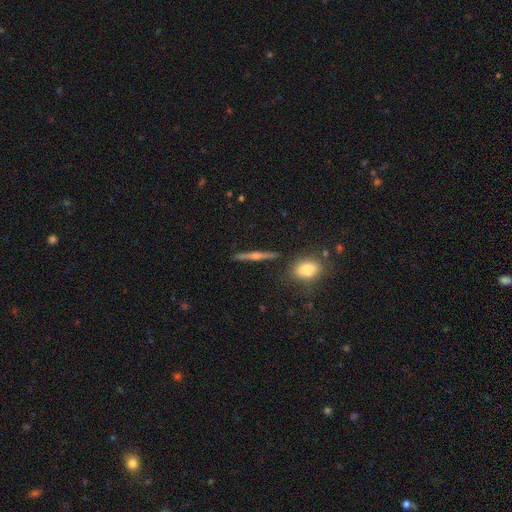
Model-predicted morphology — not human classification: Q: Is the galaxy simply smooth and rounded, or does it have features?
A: featured or disk — 69%.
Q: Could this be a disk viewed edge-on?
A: yes — 96%.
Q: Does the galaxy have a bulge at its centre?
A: rounded — 84%.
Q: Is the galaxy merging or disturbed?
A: none — 86%.